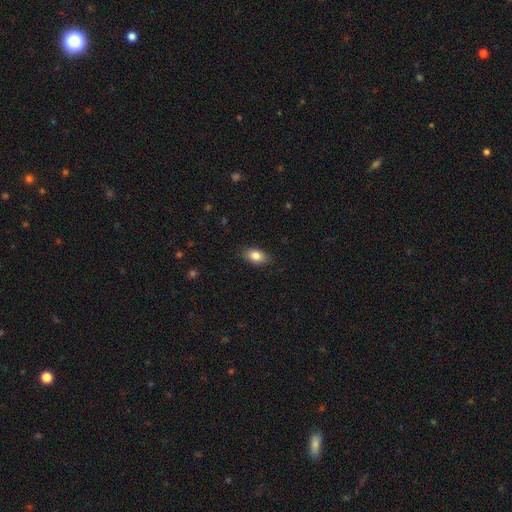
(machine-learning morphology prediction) Q: Smooth or featured?
A: smooth (83%); runner-up: featured or disk (9%)
Q: How rounded?
A: in between (89%); runner-up: round (9%)
Q: Merging?
A: none (87%); runner-up: minor disturbance (10%)